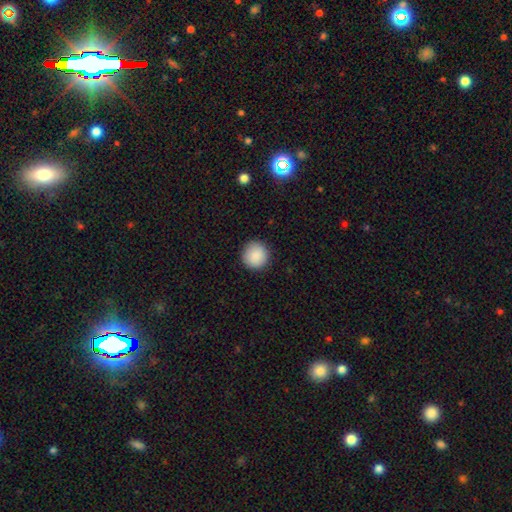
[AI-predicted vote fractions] The model was most divided on "smooth or featured": smooth: 89%, star or artifact: 8%, featured or disk: 4%. More confident: how rounded — round (95%); merging — none (91%).